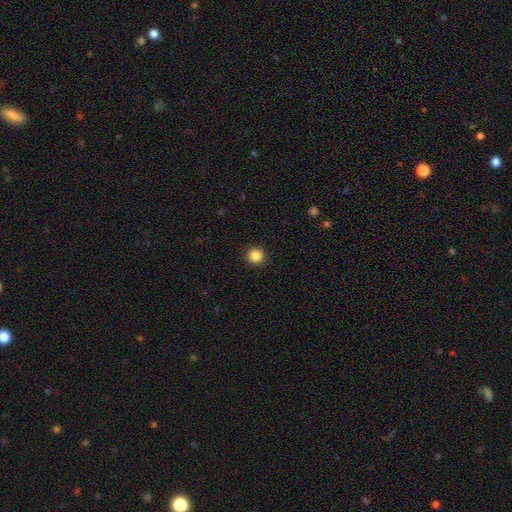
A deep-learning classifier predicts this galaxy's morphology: Smooth or featured? smooth (87%)
How rounded? round (94%)
Merging? none (92%)